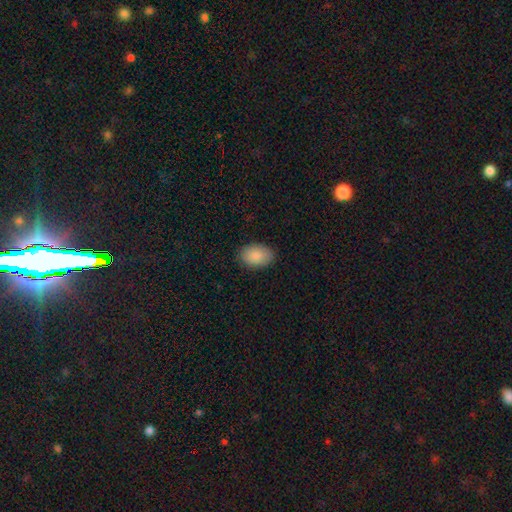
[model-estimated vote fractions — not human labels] The model was most divided on "how rounded": in between: 87%, round: 12%, cigar-shaped: 1%. More confident: smooth or featured — smooth (89%); merging — none (88%).